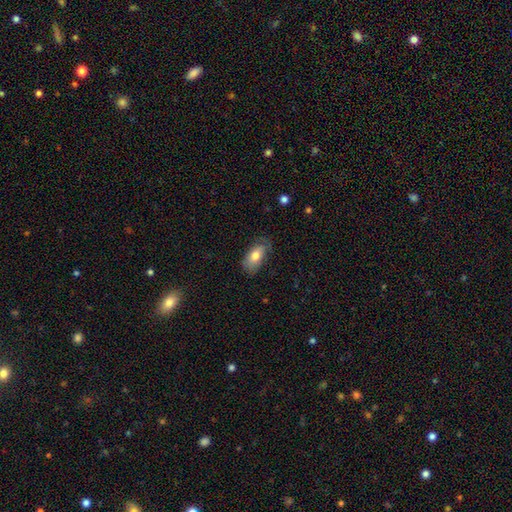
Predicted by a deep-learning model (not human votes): Morphology: type=smooth (73%); roundness=in between (90%); merging=none (60%).